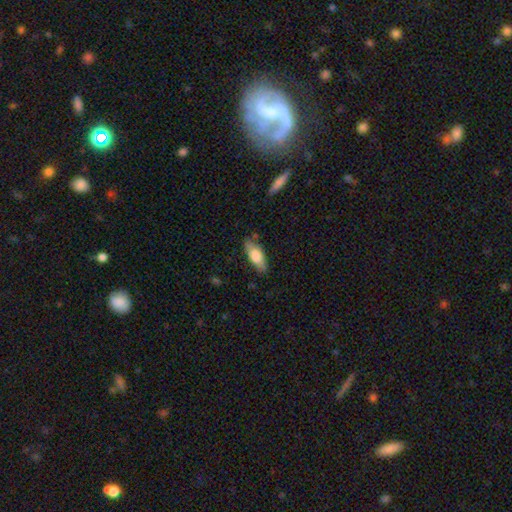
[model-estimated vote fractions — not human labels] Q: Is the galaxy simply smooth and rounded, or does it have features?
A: smooth — 72%.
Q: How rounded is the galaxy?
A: in between — 70%.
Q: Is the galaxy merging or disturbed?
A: none — 79%.